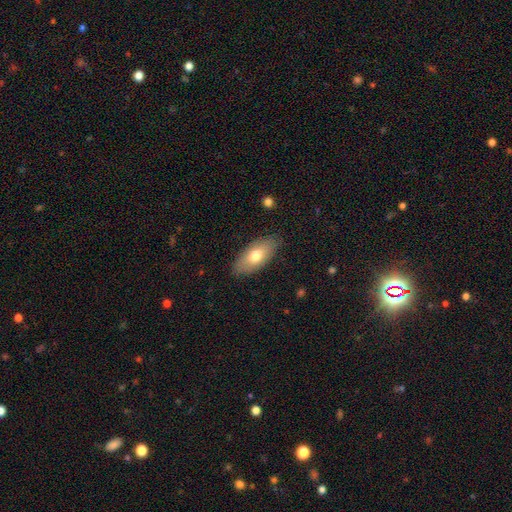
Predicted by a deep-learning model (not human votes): Morphology: type=smooth (71%); roundness=in between (88%); merging=none (84%).